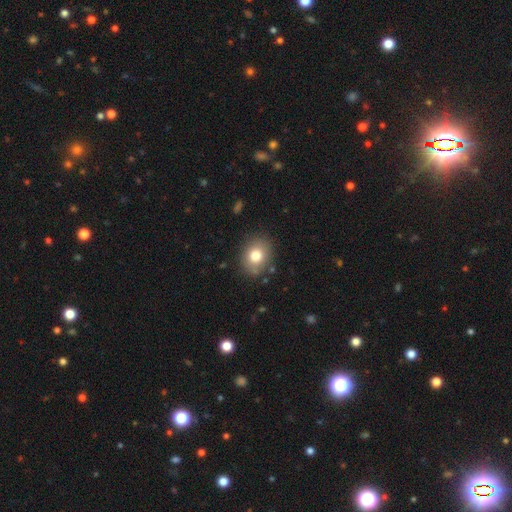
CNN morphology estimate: type=smooth (78%); roundness=round (57%); merging=none (85%).